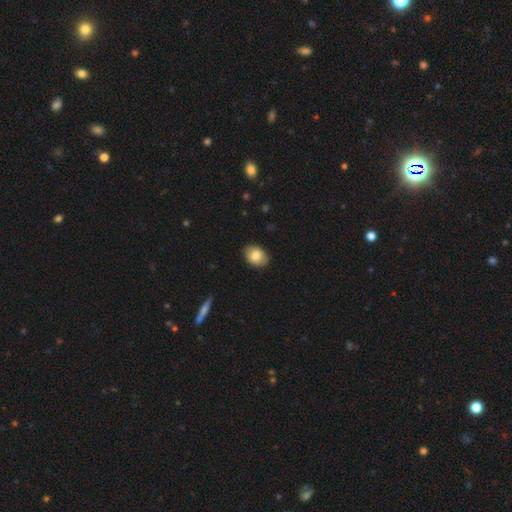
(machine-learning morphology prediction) Overall: smooth (83%). How rounded: in between (76%). Merging: none (87%).